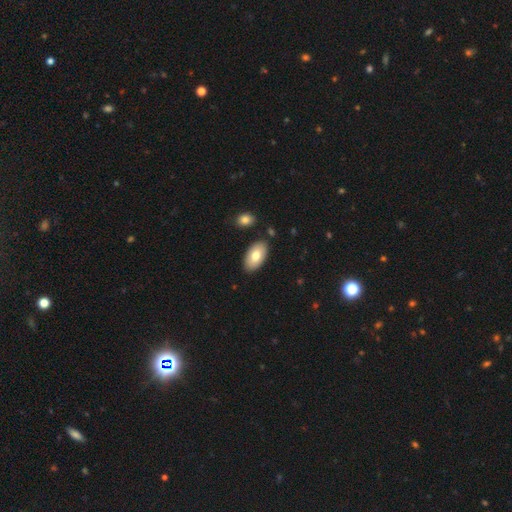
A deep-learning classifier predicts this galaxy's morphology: Smooth or featured: smooth — 77% (featured or disk — 17%)
How rounded: in between — 95% (round — 3%)
Merging: none — 85% (minor disturbance — 9%)